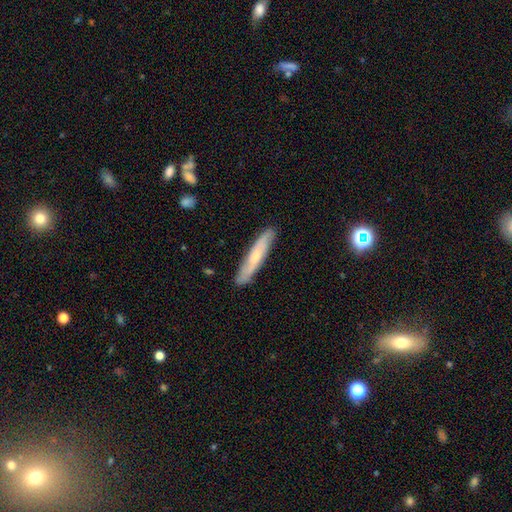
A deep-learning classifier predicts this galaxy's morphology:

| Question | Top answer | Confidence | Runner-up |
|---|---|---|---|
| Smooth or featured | smooth | 48% | featured or disk (45%) |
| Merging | none | 86% | minor disturbance (11%) |